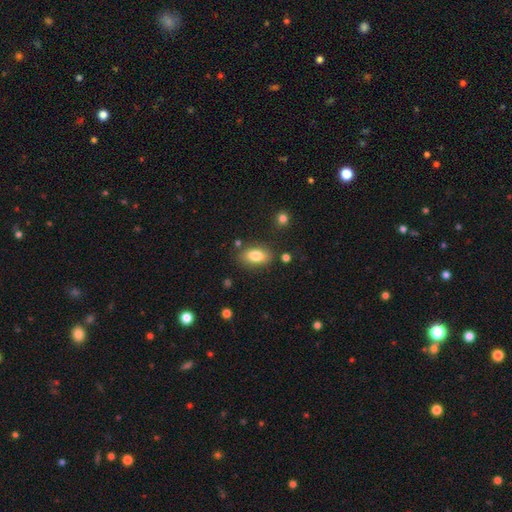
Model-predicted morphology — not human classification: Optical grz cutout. It shows a smooth galaxy with no disk features (83%) that is in between round and cigar-shaped (90%). Merging: none (80%).